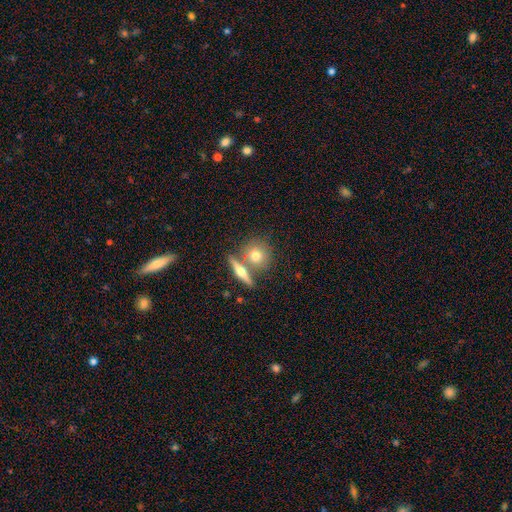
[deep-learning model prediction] Smooth or featured? Predicted: smooth (p=0.63). How rounded? Predicted: round (p=0.77). Merging? Predicted: none (p=0.61).